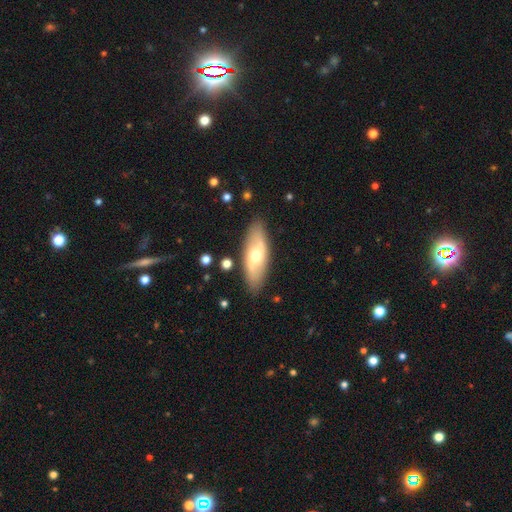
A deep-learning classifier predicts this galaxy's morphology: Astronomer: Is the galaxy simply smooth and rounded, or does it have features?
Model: featured or disk — 52% (runner-up: smooth, 43%).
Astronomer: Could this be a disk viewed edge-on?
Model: no — 73%.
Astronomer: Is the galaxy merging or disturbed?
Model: none — 86%.